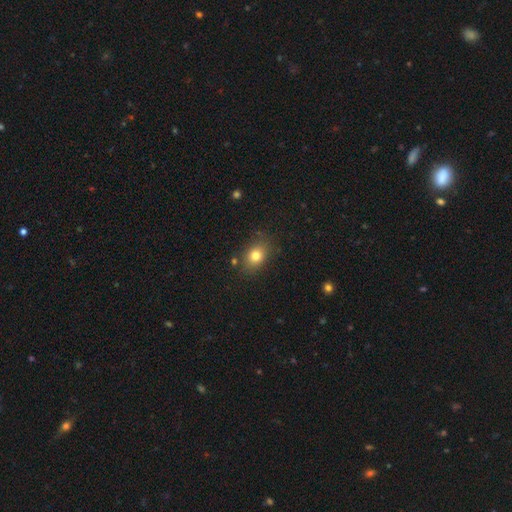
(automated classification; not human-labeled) smooth 78%, star or artifact 12%, featured or disk 10%. Down the decision tree: how rounded — in between (57%); merging — none (80%).